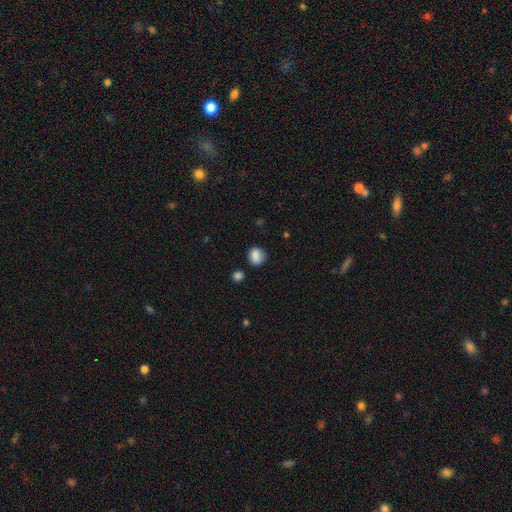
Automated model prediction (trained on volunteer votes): smooth 85%, star or artifact 9%, featured or disk 6%. Down the decision tree: how rounded — round (70%); merging — none (78%).